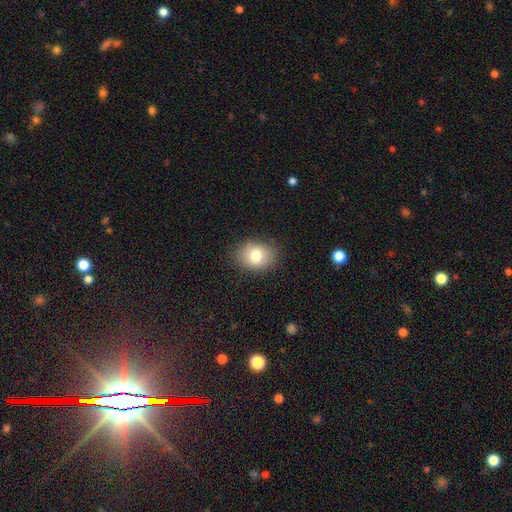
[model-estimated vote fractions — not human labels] Q: Smooth or featured?
A: smooth (79%); runner-up: featured or disk (11%)
Q: How rounded?
A: in between (56%); runner-up: round (43%)
Q: Merging?
A: none (85%); runner-up: minor disturbance (11%)